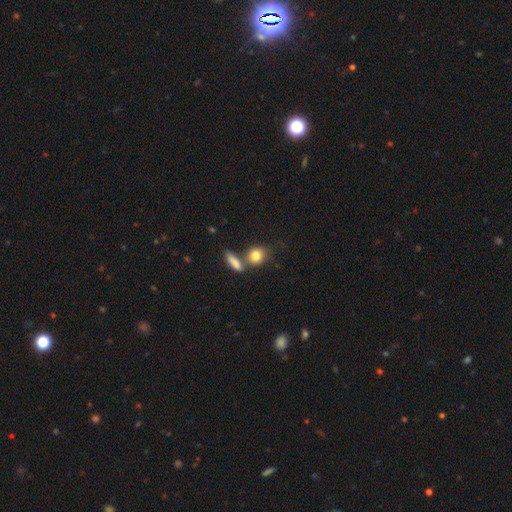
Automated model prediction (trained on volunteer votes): A smooth galaxy with no disk features (82%) that is round (61%).

Vote fractions:
- Smooth or featured? smooth: 82% / featured or disk: 10% / star or artifact: 8%
- How rounded? round: 61% / in between: 35% / cigar-shaped: 5%
- Merging? none: 49% / merger: 34% / minor disturbance: 12% / major disturbance: 5%